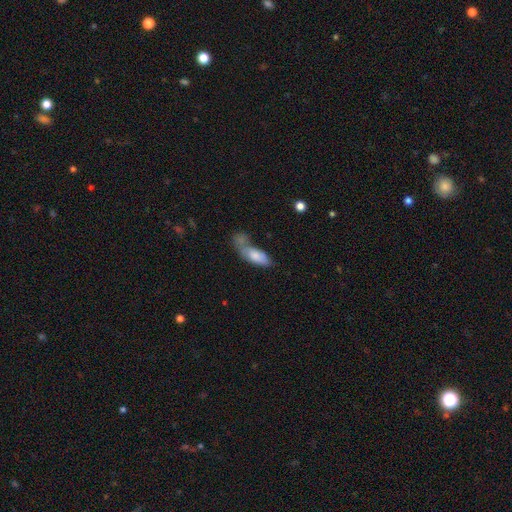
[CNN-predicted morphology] Overall: smooth (74%). How rounded: in between (77%). Merging: merger (42%; none 24%).